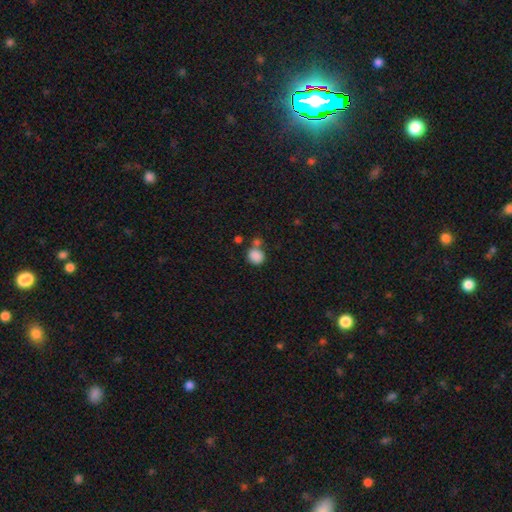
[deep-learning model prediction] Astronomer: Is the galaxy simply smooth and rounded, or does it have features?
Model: smooth — 86%.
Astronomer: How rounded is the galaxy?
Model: round — 78%.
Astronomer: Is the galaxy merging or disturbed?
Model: none — 58%.